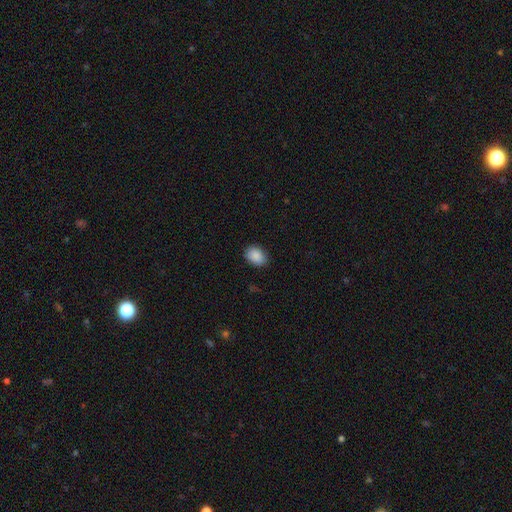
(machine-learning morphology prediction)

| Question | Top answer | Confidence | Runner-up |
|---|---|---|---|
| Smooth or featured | smooth | 89% | star or artifact (8%) |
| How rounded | in between | 64% | round (35%) |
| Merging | none | 86% | minor disturbance (11%) |